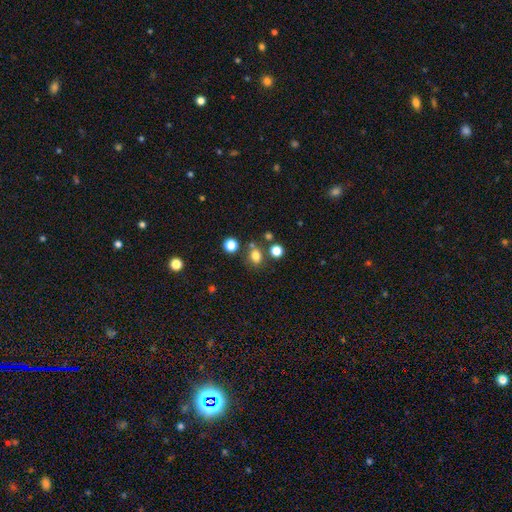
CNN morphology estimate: type=smooth (76%); roundness=round (60%); merging=none (70%).